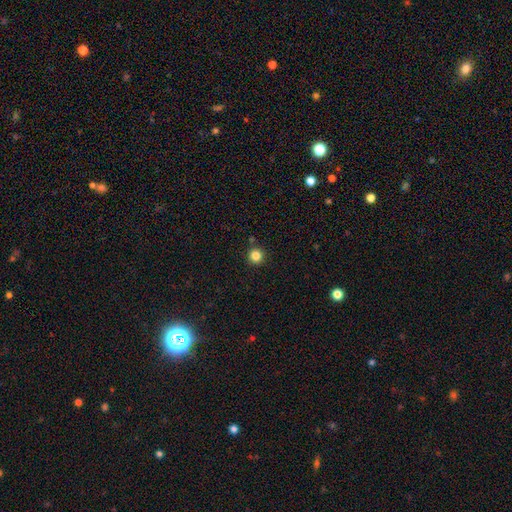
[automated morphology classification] Smooth or featured?
  - smooth: 84% *
  - star or artifact: 12%
  - featured or disk: 4%
How rounded?
  - round: 95% *
  - in between: 4%
  - cigar-shaped: 1%
Merging?
  - none: 89% *
  - minor disturbance: 6%
  - merger: 3%
  - major disturbance: 2%